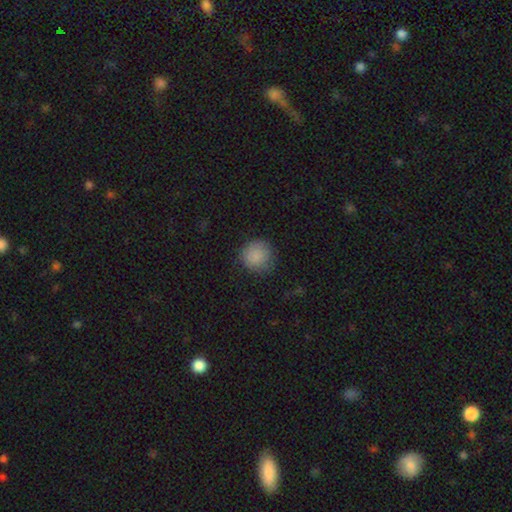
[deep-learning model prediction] Q: Smooth or featured?
A: smooth (85%); runner-up: star or artifact (9%)
Q: How rounded?
A: round (92%); runner-up: in between (7%)
Q: Merging?
A: none (81%); runner-up: minor disturbance (14%)